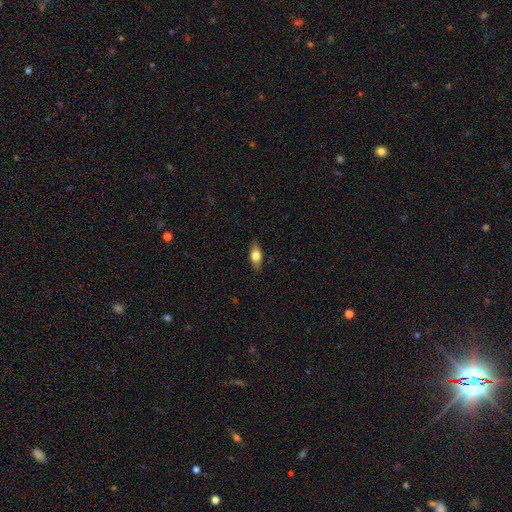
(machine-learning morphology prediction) Smooth or featured? Predicted: smooth (p=0.68). How rounded? Predicted: in between (p=0.78). Merging? Predicted: none (p=0.87).